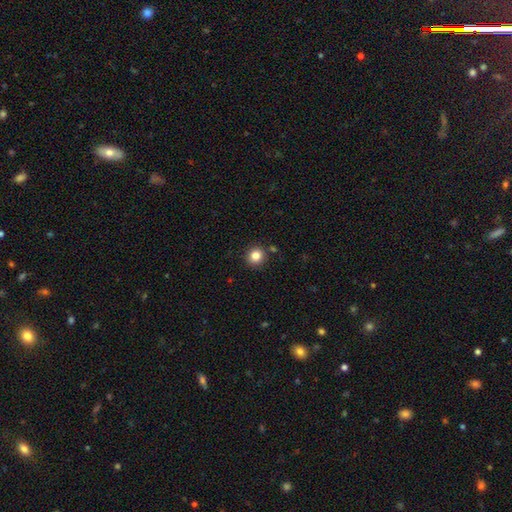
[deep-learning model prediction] Smooth or featured? smooth (83%)
How rounded? round (91%)
Merging? none (88%)